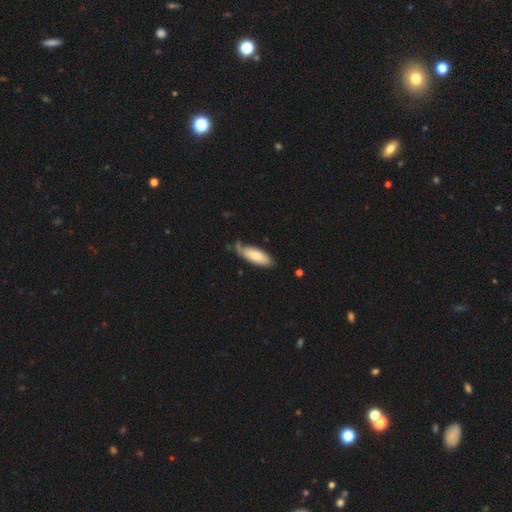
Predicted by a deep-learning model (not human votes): The model was most divided on "merging": none: 58%, minor disturbance: 30%, major disturbance: 8%, merger: 4%. More confident: how rounded — in between (72%); smooth or featured — smooth (70%).